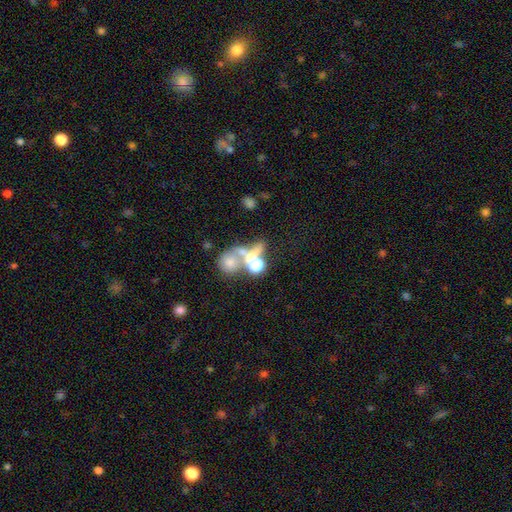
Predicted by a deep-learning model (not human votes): smooth-or-featured: smooth: 42% | star or artifact: 34% | featured or disk: 24%
  merging: merger: 44% | none: 34% | major disturbance: 12% | minor disturbance: 9%